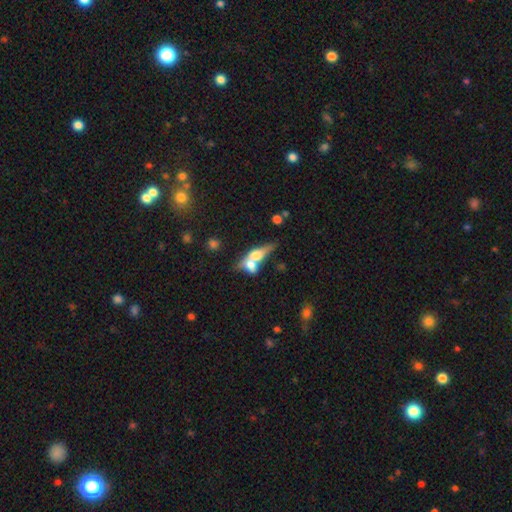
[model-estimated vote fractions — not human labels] The model was most divided on "smooth or featured": smooth: 47%, featured or disk: 44%, star or artifact: 8%. More confident: merging — merger (65%).